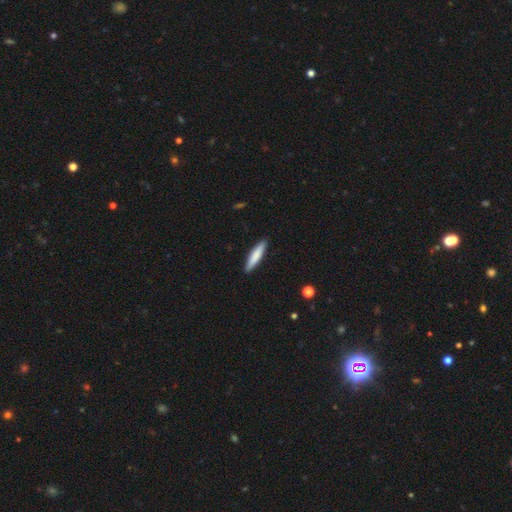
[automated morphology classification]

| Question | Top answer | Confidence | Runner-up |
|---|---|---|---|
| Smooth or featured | smooth | 78% | featured or disk (16%) |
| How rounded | cigar-shaped | 85% | in between (14%) |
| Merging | none | 90% | minor disturbance (7%) |